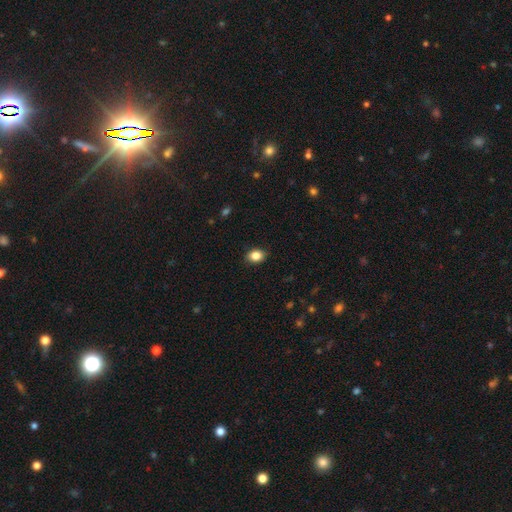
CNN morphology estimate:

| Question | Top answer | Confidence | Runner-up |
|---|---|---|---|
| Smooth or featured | smooth | 86% | star or artifact (9%) |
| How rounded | in between | 61% | round (38%) |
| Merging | none | 88% | minor disturbance (9%) |